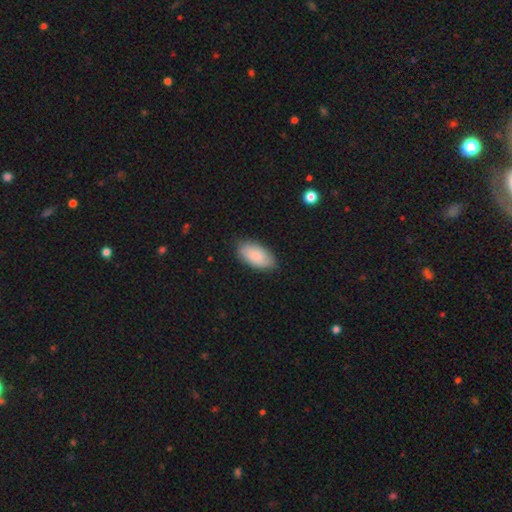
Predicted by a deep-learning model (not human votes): Overall: smooth (86%). How rounded: in between (94%). Merging: none (83%).